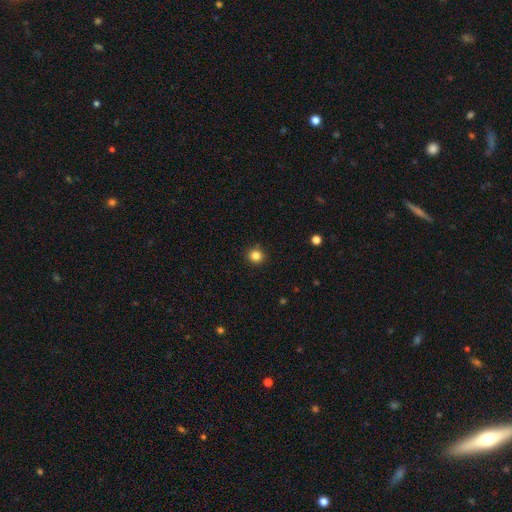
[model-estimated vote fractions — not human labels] A smooth galaxy with no disk features (84%) that is round (92%). Merging: none (91%).